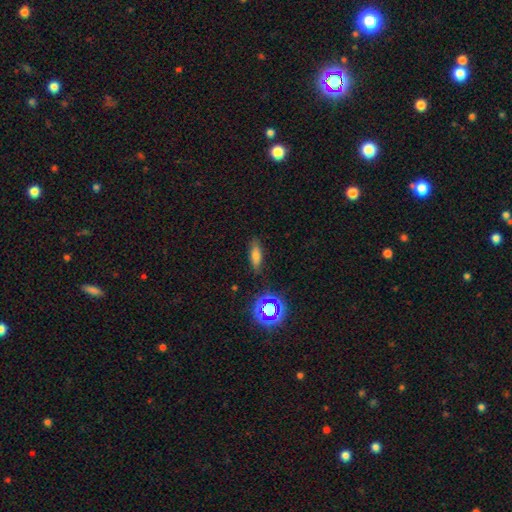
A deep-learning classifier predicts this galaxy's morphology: Smooth or featured? Predicted: smooth (p=0.68). How rounded? Predicted: in between (p=0.51). Merging? Predicted: none (p=0.83).